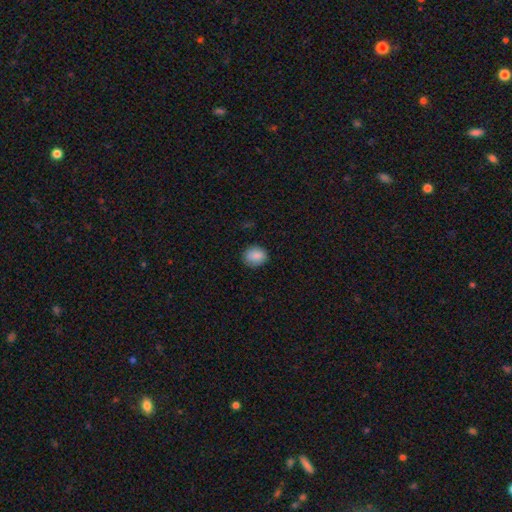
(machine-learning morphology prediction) A smooth galaxy with no disk features (87%) that is round (64%). Merging: none (85%).